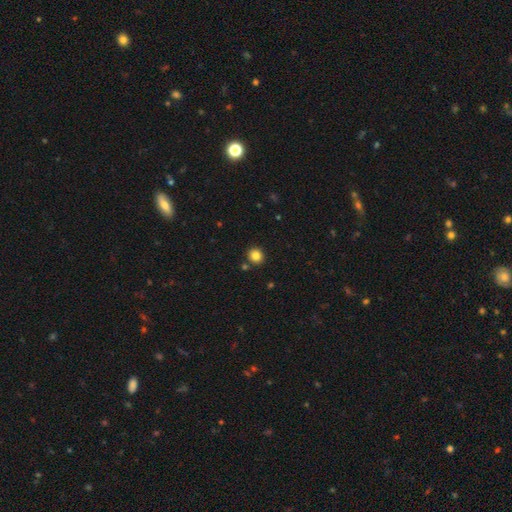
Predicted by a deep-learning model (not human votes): Smooth or featured: smooth — 84% (star or artifact — 11%)
How rounded: round — 85% (in between — 14%)
Merging: none — 86% (minor disturbance — 7%)